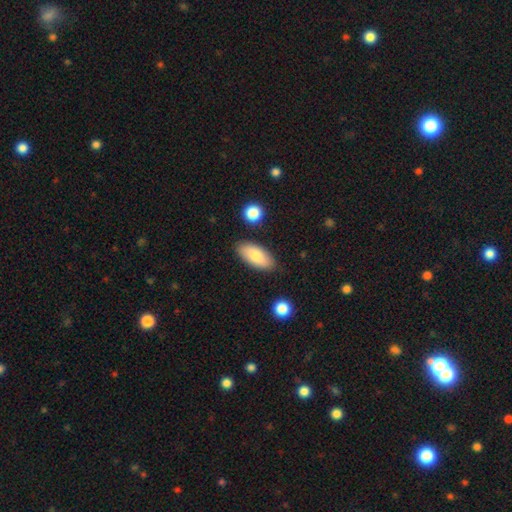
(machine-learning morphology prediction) The model was most divided on "smooth or featured": smooth: 80%, featured or disk: 14%, star or artifact: 6%. More confident: how rounded — in between (89%); merging — none (84%).